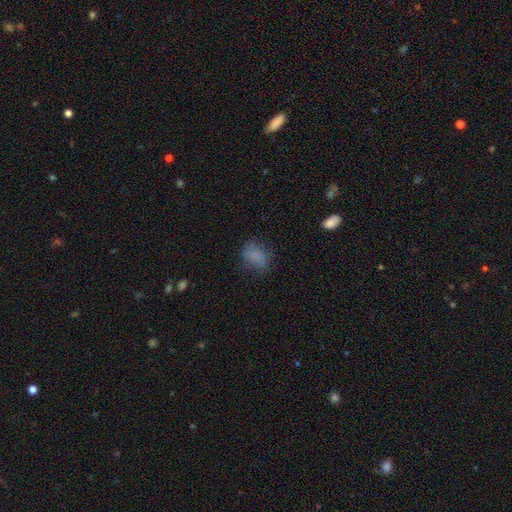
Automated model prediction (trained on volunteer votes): smooth-or-featured: smooth: 75% | featured or disk: 13% | star or artifact: 12%
  how-rounded: in between: 65% | round: 34% | cigar-shaped: 2%
  merging: none: 64% | minor disturbance: 23% | major disturbance: 11% | merger: 2%